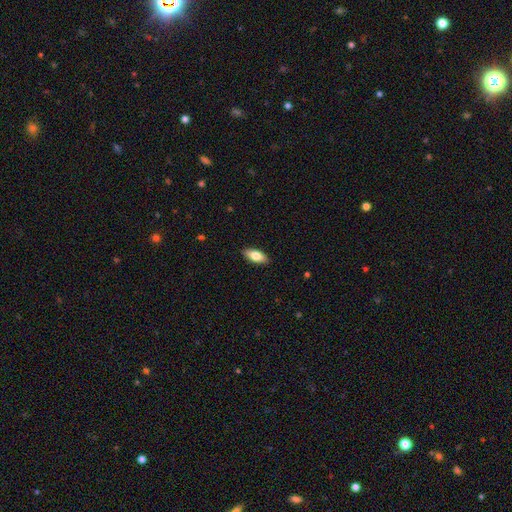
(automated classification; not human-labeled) Q: Smooth or featured?
A: smooth (76%); runner-up: featured or disk (18%)
Q: How rounded?
A: in between (82%); runner-up: cigar-shaped (15%)
Q: Merging?
A: none (89%); runner-up: minor disturbance (8%)